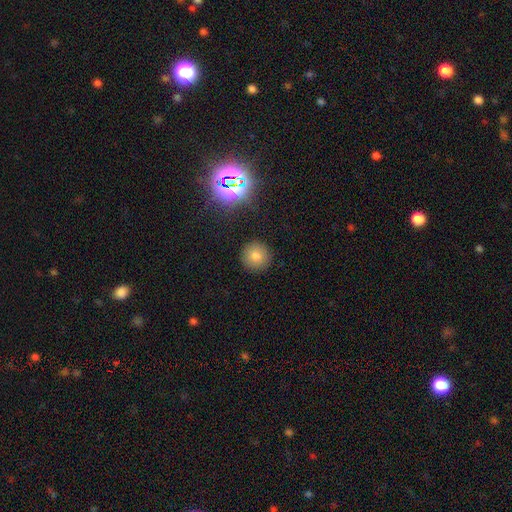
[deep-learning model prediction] Smooth or featured? smooth (70%)
How rounded? round (95%)
Merging? none (91%)